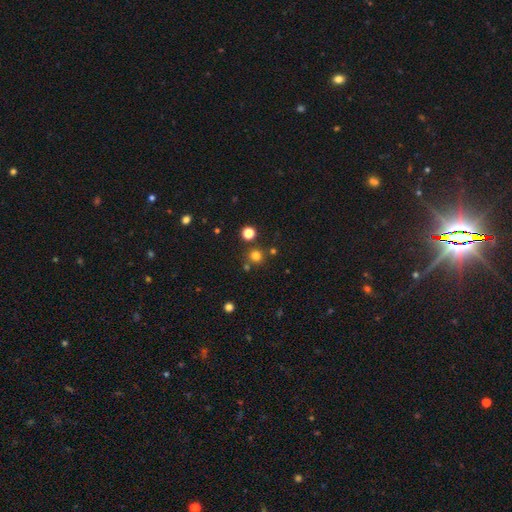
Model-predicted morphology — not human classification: The model was most divided on "smooth or featured": smooth: 76%, star or artifact: 19%, featured or disk: 6%. More confident: how rounded — round (93%); merging — none (80%).